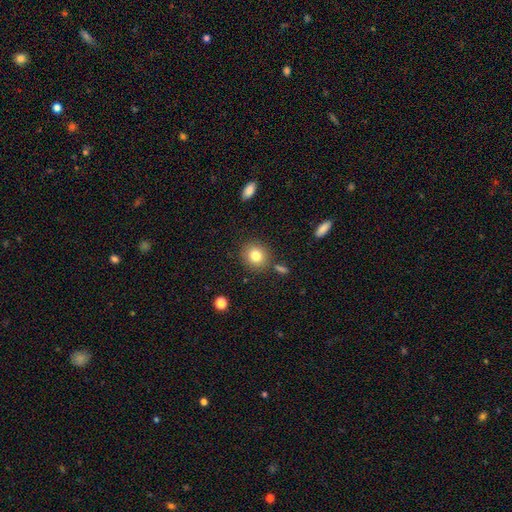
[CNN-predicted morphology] Smooth or featured? smooth (82%)
How rounded? round (80%)
Merging? none (84%)